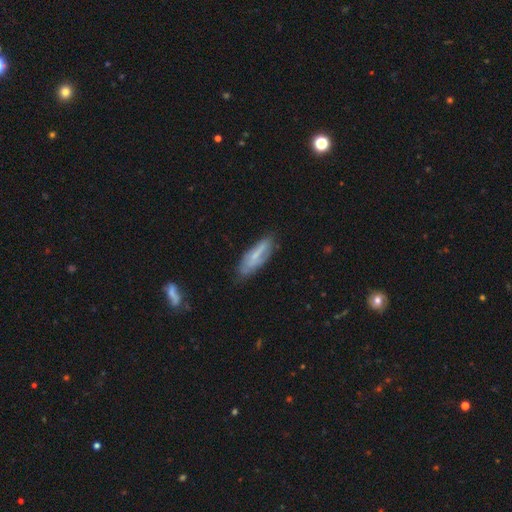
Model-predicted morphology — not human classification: type=smooth (50%); merging=none (65%).